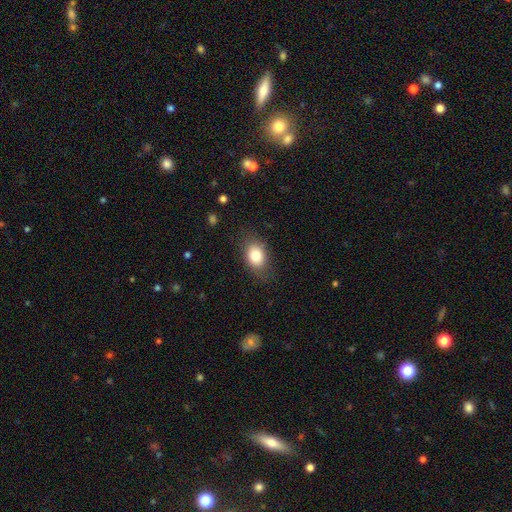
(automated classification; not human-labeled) Smooth or featured? smooth (80%)
How rounded? in between (74%)
Merging? none (78%)